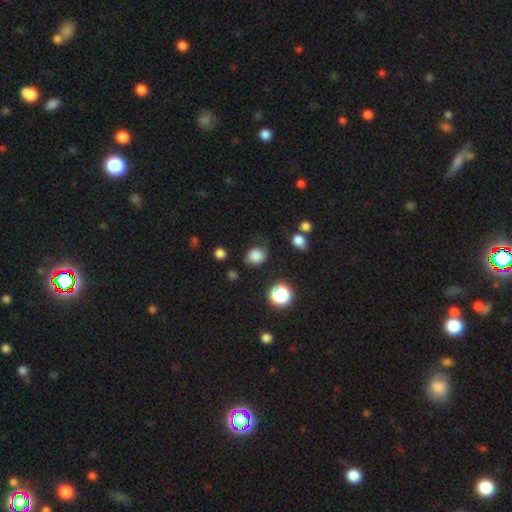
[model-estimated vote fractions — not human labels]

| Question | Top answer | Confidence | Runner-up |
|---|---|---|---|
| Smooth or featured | smooth | 80% | star or artifact (13%) |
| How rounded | round | 67% | in between (32%) |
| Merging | none | 63% | minor disturbance (24%) |